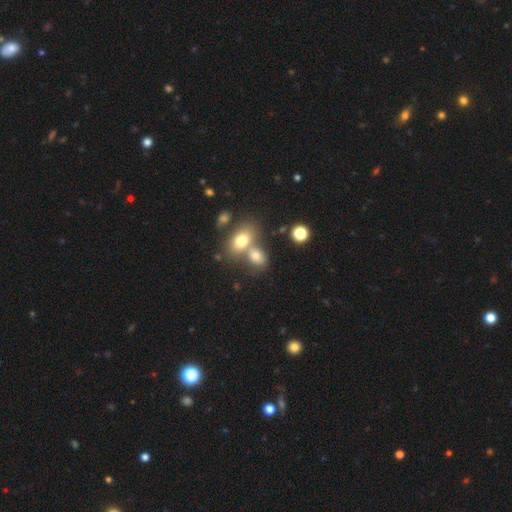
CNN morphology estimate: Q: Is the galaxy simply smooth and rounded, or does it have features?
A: smooth — 76%.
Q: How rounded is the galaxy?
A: in between — 75%.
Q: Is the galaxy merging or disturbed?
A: merger — 52%.